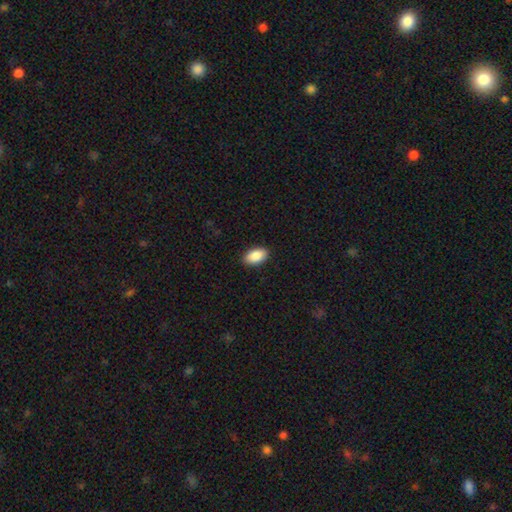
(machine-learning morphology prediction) A smooth galaxy with no disk features (90%) that is in between round and cigar-shaped (94%).

Vote fractions:
- Smooth or featured? smooth: 90% / star or artifact: 7% / featured or disk: 4%
- How rounded? in between: 94% / round: 4% / cigar-shaped: 2%
- Merging? none: 90% / minor disturbance: 8% / major disturbance: 2% / merger: 1%